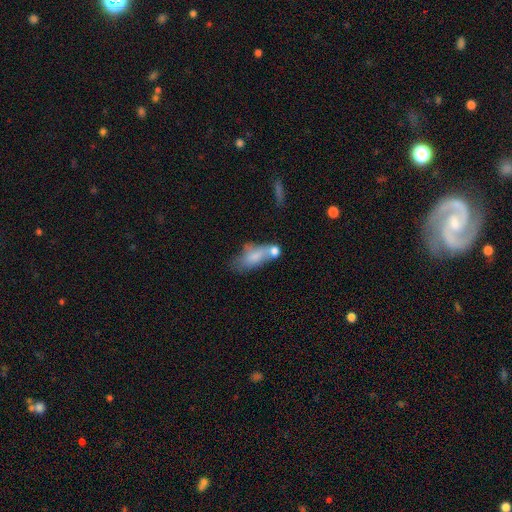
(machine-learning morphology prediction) smooth 68%, featured or disk 23%, star or artifact 9%. Down the decision tree: how rounded — in between (81%); merging — merger (35%).